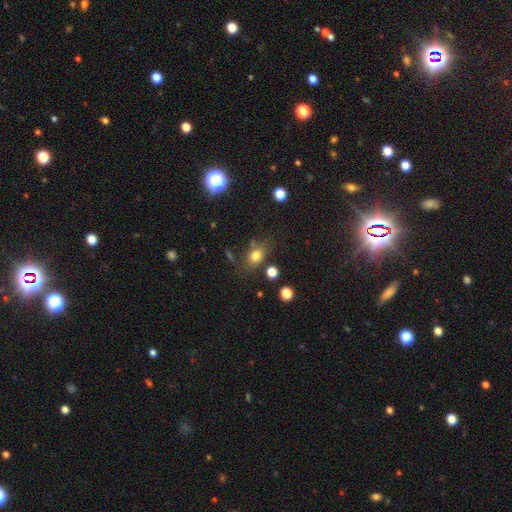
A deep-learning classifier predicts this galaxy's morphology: smooth_or_featured: smooth (p=0.76) [alt: star or artifact p=0.13]
how_rounded: in between (p=0.62) [alt: round p=0.35]
merging: none (p=0.68) [alt: minor disturbance p=0.18]